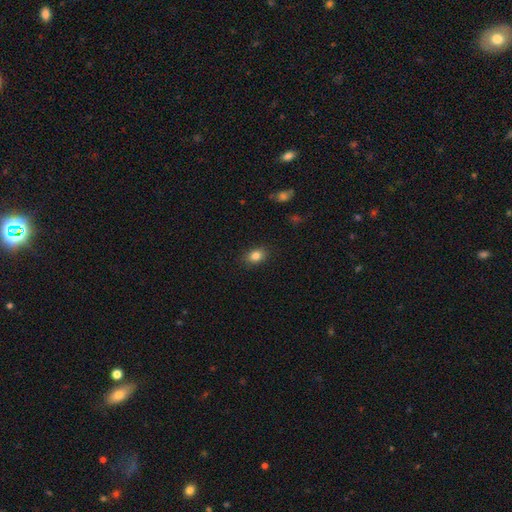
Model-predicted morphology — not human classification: Overall: smooth (84%). How rounded: in between (70%). Merging: none (86%).